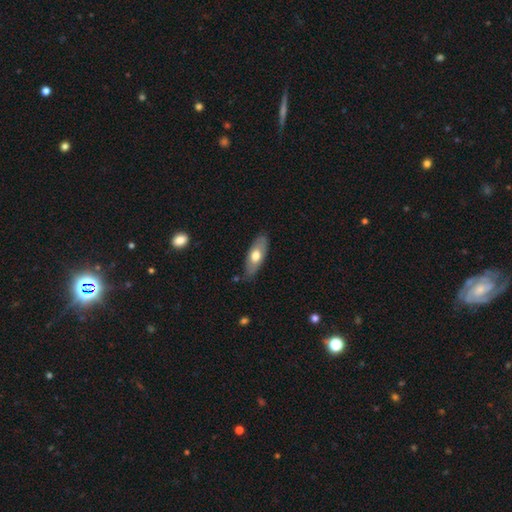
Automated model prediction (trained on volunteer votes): The model was most divided on "smooth or featured": smooth: 61%, featured or disk: 34%, star or artifact: 6%. More confident: merging — none (78%); how rounded — in between (78%).